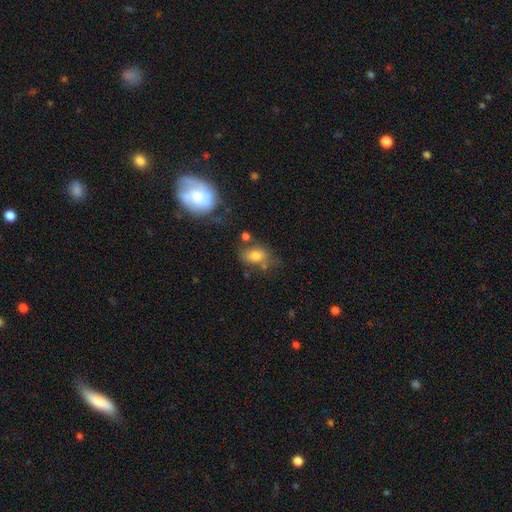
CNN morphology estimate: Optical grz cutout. It shows a smooth galaxy with no disk features (75%) that is in between round and cigar-shaped (78%). Merging: none (55%).